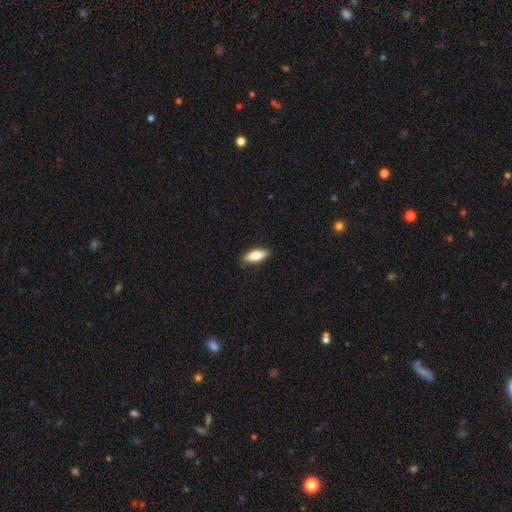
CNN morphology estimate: A smooth galaxy with no disk features (72%) that is in between round and cigar-shaped (68%). Merging: none (88%).